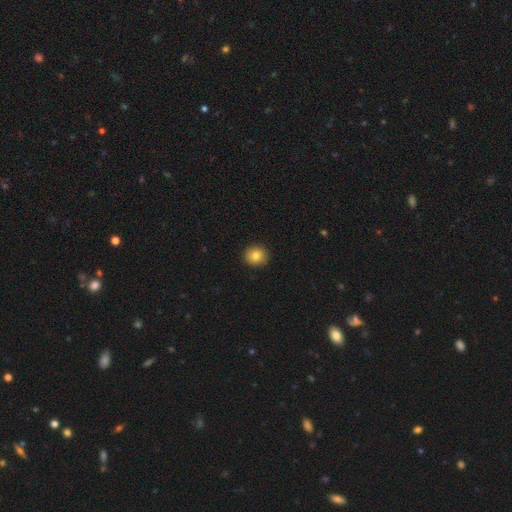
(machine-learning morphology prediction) smooth_or_featured: smooth (p=0.82) [alt: star or artifact p=0.10]
how_rounded: round (p=0.88) [alt: in between p=0.11]
merging: none (p=0.91) [alt: minor disturbance p=0.06]